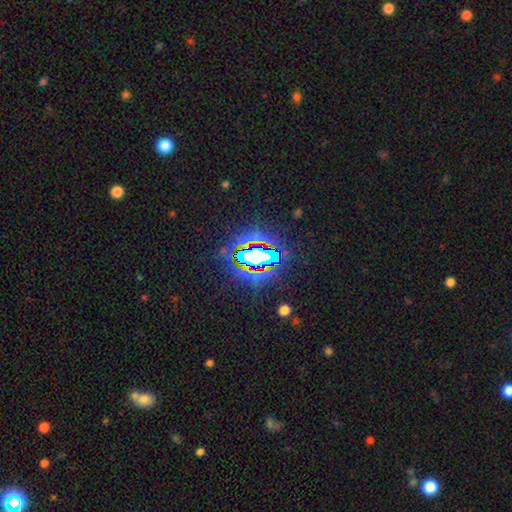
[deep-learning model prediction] Smooth or featured?
  - star or artifact: 65% *
  - smooth: 21%
  - featured or disk: 14%